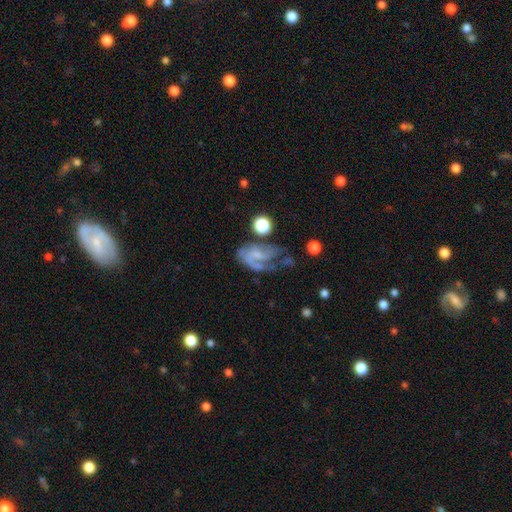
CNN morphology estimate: smooth_or_featured: featured or disk (p=0.68) [alt: smooth p=0.21]
disk_edge_on: no (p=0.97) [alt: yes p=0.03]
bar: no (p=0.58) [alt: weak p=0.34]
has_spiral_arms: yes (p=0.78) [alt: no p=0.22]
spiral_winding: medium (p=0.42) [alt: loose p=0.36]
spiral_arm_count: 2 (p=0.39) [alt: 1 p=0.27]
bulge_size: small (p=0.40) [alt: none p=0.38]
merging: major disturbance (p=0.39) [alt: none p=0.30]